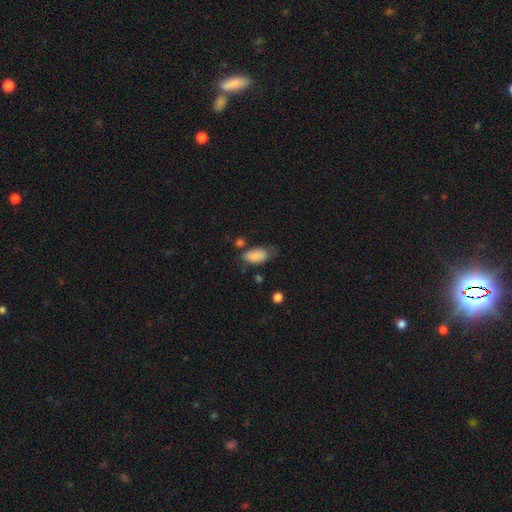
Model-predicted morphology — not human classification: This appears to be a smooth galaxy with no disk features (86%) that is in between round and cigar-shaped (92%). Merging: none (52%).